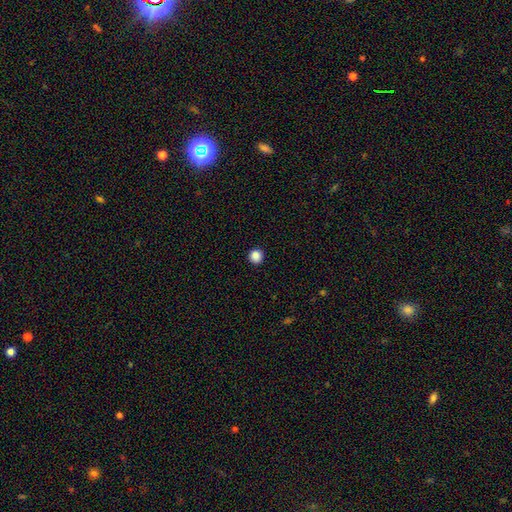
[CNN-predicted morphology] This is clearly a smooth galaxy (87%). How rounded: clearly round (96%). Merging: clearly none (93%).